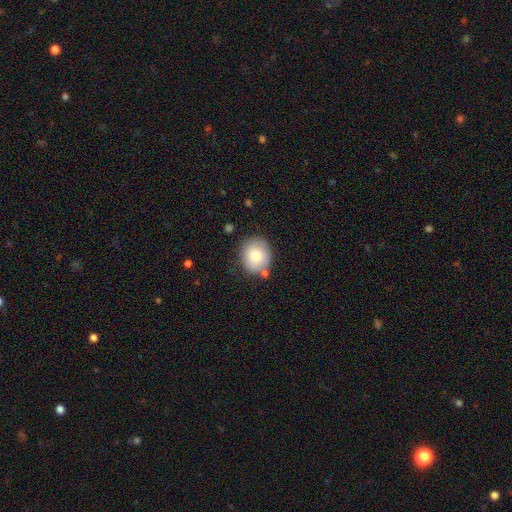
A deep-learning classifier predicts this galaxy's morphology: Smooth or featured?
  - smooth: 74% *
  - featured or disk: 18%
  - star or artifact: 8%
How rounded?
  - round: 78% *
  - in between: 21%
  - cigar-shaped: 1%
Merging?
  - none: 75% *
  - minor disturbance: 15%
  - merger: 6%
  - major disturbance: 4%